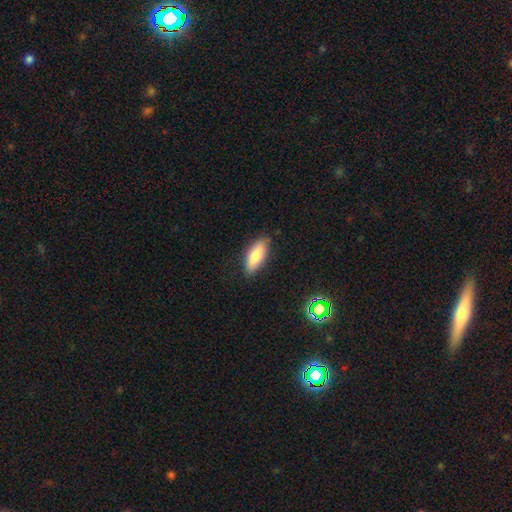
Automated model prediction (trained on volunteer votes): Smooth or featured? smooth (81%)
How rounded? in between (75%)
Merging? none (82%)